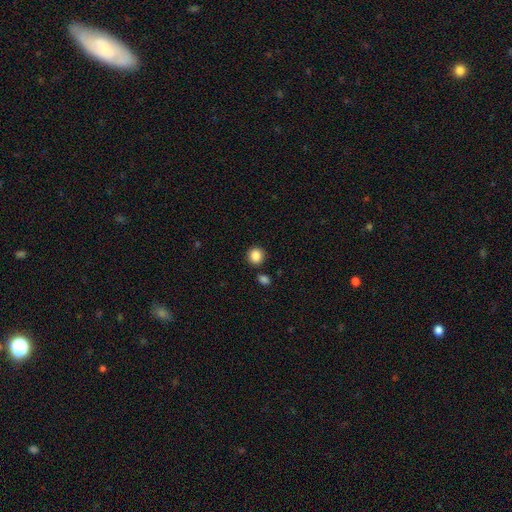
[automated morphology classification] Smooth or featured: smooth — 87% (star or artifact — 9%)
How rounded: round — 84% (in between — 15%)
Merging: none — 86% (minor disturbance — 7%)